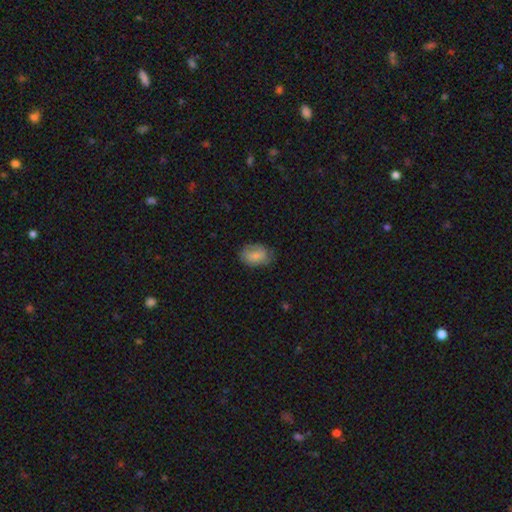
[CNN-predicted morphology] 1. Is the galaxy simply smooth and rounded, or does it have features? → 80% smooth, 12% featured or disk, 7% star or artifact.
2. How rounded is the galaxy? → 77% in between, 22% round, 1% cigar-shaped.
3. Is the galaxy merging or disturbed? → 66% none, 26% minor disturbance, 7% major disturbance, 1% merger.